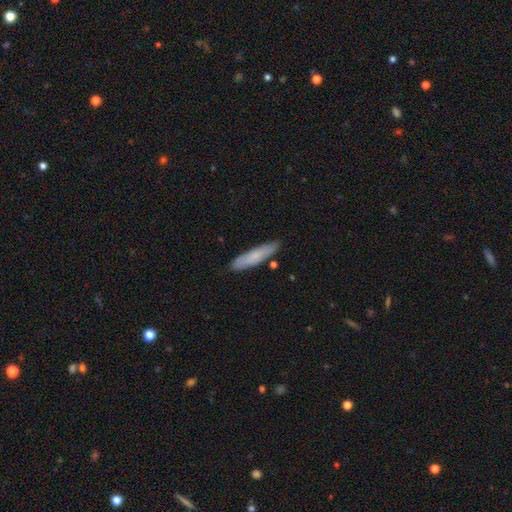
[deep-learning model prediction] Smooth or featured: smooth — 72% (featured or disk — 23%)
How rounded: cigar-shaped — 80% (in between — 18%)
Merging: none — 83% (minor disturbance — 13%)